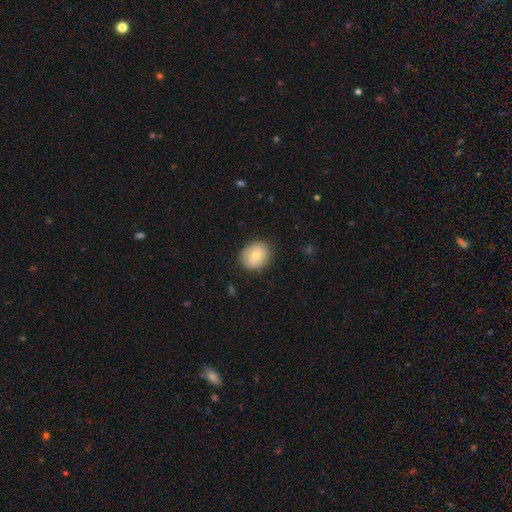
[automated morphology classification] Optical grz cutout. It shows a smooth galaxy with no disk features (75%) that is round (61%). Merging: none (84%).